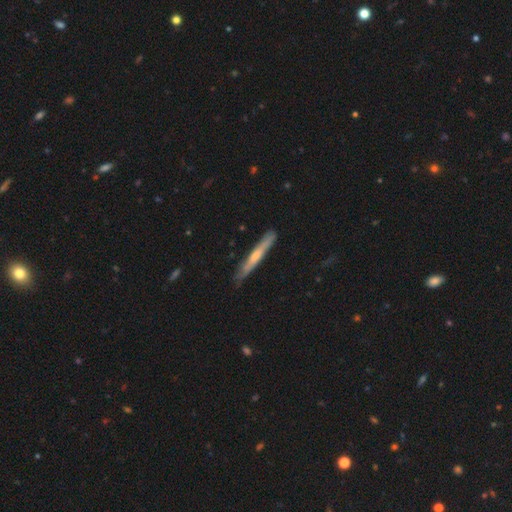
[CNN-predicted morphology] Smooth or featured: featured or disk — 49% (smooth — 45%)
Merging: none — 83% (minor disturbance — 13%)